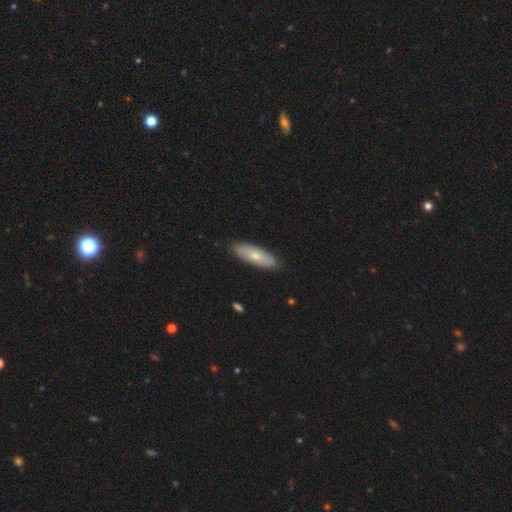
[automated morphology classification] Smooth or featured? Predicted: smooth (p=0.65). How rounded? Predicted: in between (p=0.59). Merging? Predicted: none (p=0.88).